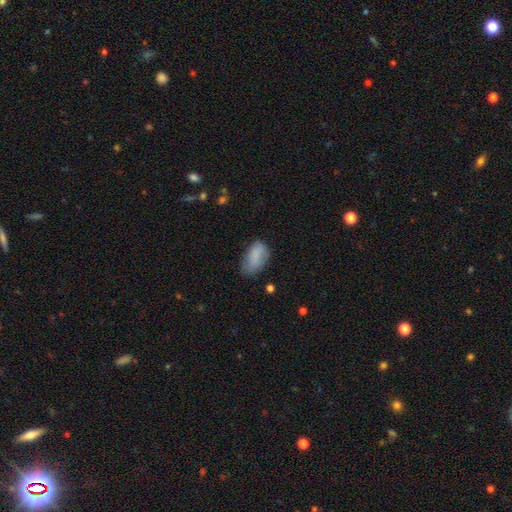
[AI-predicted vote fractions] This is clearly a smooth galaxy (84%). How rounded: clearly in between (93%). Merging: possibly none (57%).